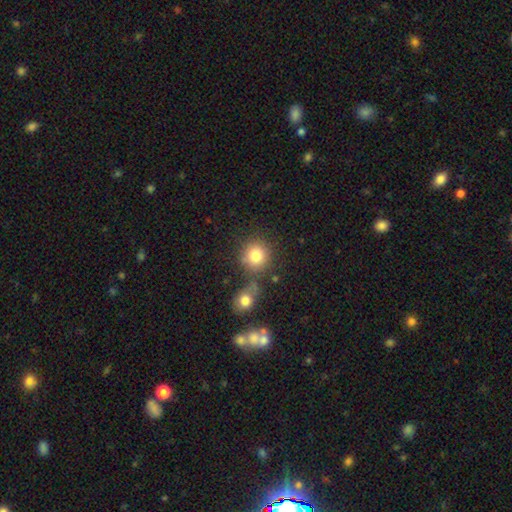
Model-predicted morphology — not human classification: Q: Smooth or featured?
A: smooth (81%); runner-up: star or artifact (11%)
Q: How rounded?
A: round (88%); runner-up: in between (11%)
Q: Merging?
A: none (67%); runner-up: merger (18%)